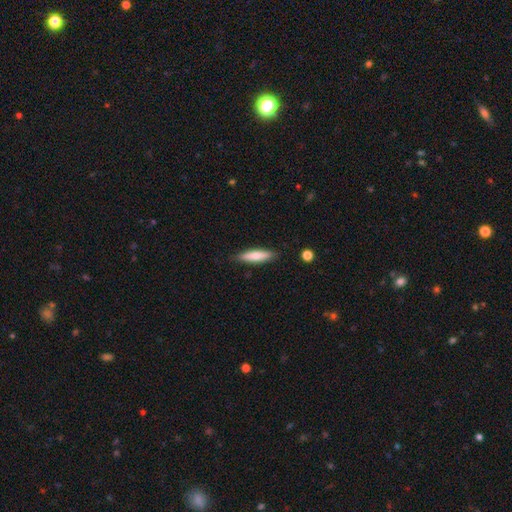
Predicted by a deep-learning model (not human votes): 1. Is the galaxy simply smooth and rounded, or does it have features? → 73% smooth, 21% featured or disk, 6% star or artifact.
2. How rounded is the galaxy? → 71% cigar-shaped, 27% in between, 2% round.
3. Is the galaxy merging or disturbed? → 86% none, 11% minor disturbance, 2% major disturbance, 1% merger.